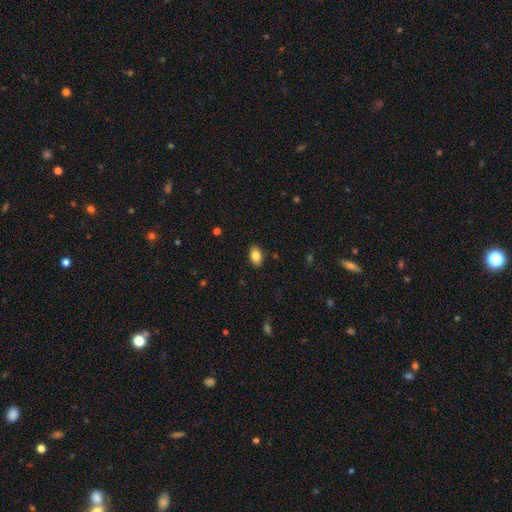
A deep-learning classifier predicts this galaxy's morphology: This appears to be a smooth galaxy with no disk features (83%) that is in between round and cigar-shaped (88%). Merging: none (88%).